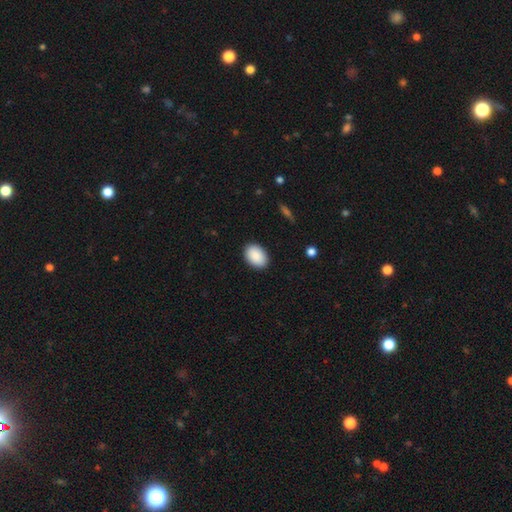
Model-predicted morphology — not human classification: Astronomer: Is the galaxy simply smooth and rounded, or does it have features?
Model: smooth — 90%.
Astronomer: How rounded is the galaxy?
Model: in between — 85%.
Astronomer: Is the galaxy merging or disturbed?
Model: none — 89%.